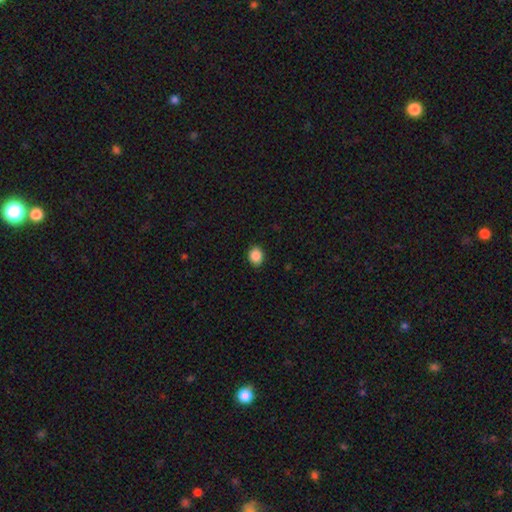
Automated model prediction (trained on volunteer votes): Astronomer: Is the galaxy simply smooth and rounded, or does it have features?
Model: smooth — 88%.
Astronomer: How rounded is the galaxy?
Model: round — 54% (runner-up: in between, 45%).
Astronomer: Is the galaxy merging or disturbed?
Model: none — 91%.